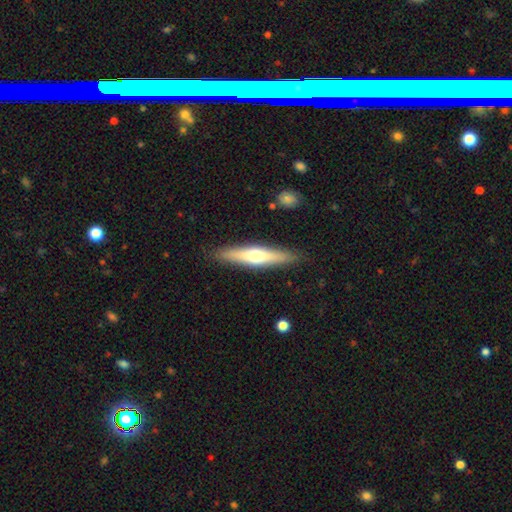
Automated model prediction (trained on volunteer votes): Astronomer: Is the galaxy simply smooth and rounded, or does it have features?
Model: featured or disk — 50% (runner-up: smooth, 44%).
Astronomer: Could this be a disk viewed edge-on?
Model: yes — 91%.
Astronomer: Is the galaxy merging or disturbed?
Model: none — 89%.